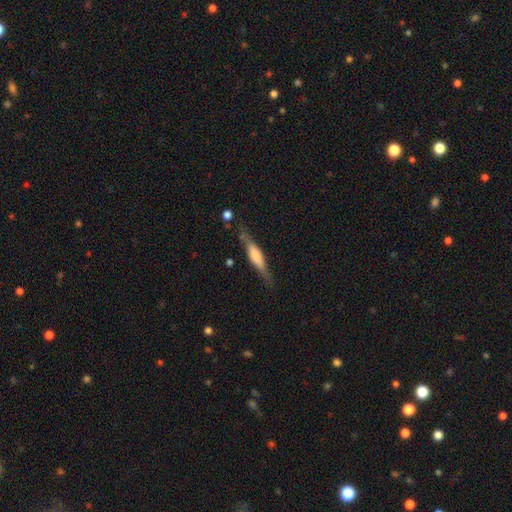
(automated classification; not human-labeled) Smooth or featured? Predicted: featured or disk (p=0.56). Edge-on disk? Predicted: yes (p=0.94). Edge-on bulge? Predicted: rounded (p=0.55). Merging? Predicted: none (p=0.76).